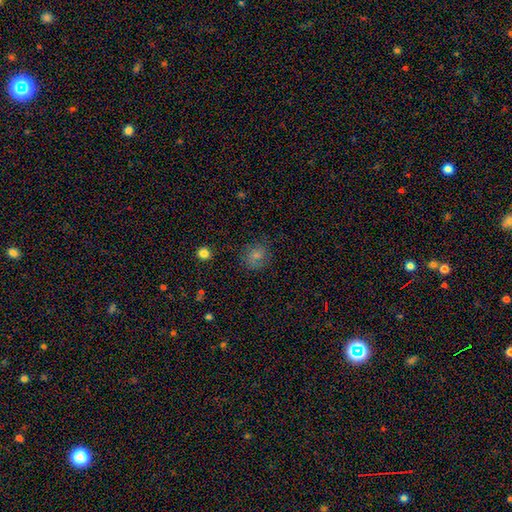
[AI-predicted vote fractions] Q: Smooth or featured?
A: smooth (70%); runner-up: star or artifact (16%)
Q: How rounded?
A: round (70%); runner-up: in between (28%)
Q: Merging?
A: none (73%); runner-up: minor disturbance (18%)